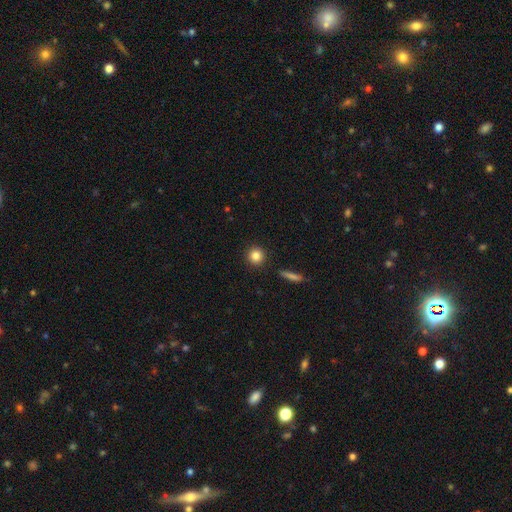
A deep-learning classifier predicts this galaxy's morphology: Q: Smooth or featured?
A: smooth (84%); runner-up: star or artifact (10%)
Q: How rounded?
A: round (93%); runner-up: in between (6%)
Q: Merging?
A: none (91%); runner-up: minor disturbance (6%)